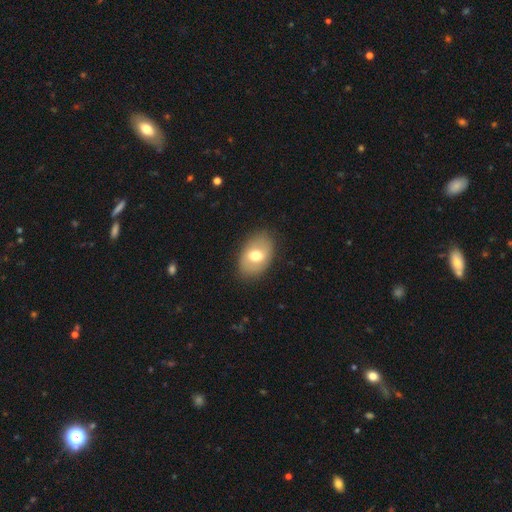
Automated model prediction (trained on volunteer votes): A smooth galaxy with no disk features (64%) that is in between round and cigar-shaped (85%).

Vote fractions:
- Smooth or featured? smooth: 64% / featured or disk: 29% / star or artifact: 7%
- How rounded? in between: 85% / round: 14% / cigar-shaped: 1%
- Merging? none: 82% / minor disturbance: 13% / major disturbance: 4% / merger: 1%